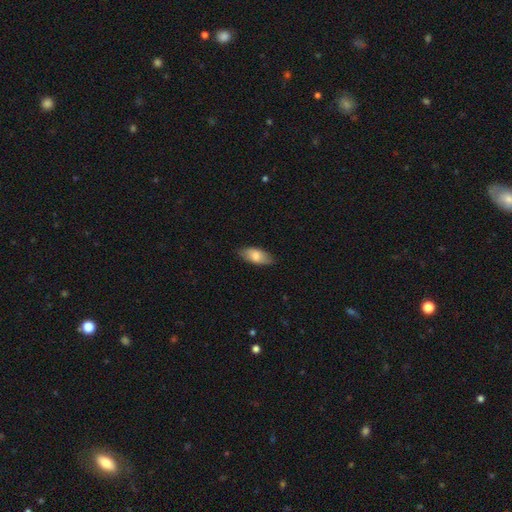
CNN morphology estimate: Q: Smooth or featured?
A: smooth (76%); runner-up: featured or disk (18%)
Q: How rounded?
A: in between (89%); runner-up: cigar-shaped (8%)
Q: Merging?
A: none (81%); runner-up: minor disturbance (16%)